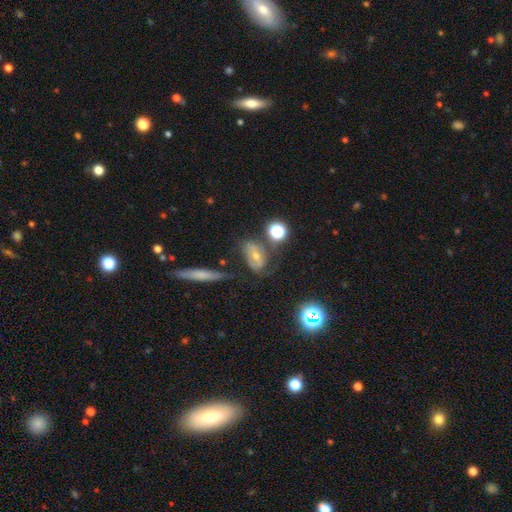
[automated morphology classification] smooth-or-featured: smooth: 44% | featured or disk: 37% | star or artifact: 20%
  merging: none: 64% | minor disturbance: 20% | major disturbance: 9% | merger: 8%